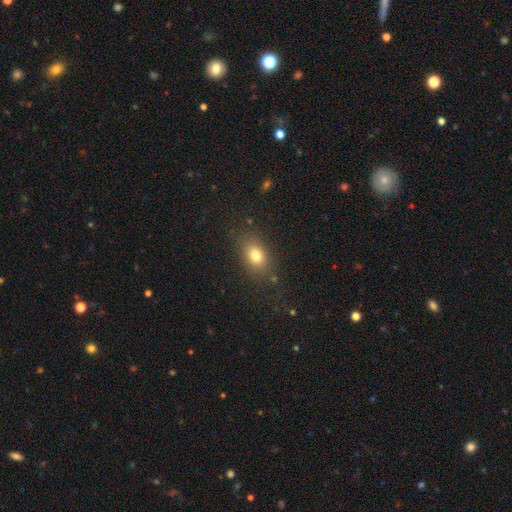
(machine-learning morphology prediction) Overall: smooth (78%). How rounded: in between (74%). Merging: none (82%).